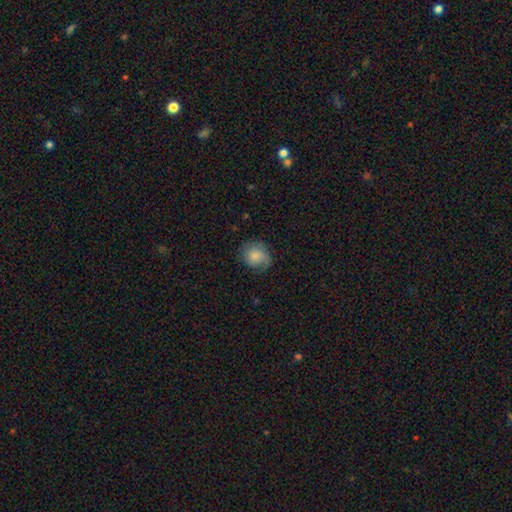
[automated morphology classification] Overall: smooth (74%). How rounded: round (65%; in between 34%). Merging: none (64%; minor disturbance 26%).